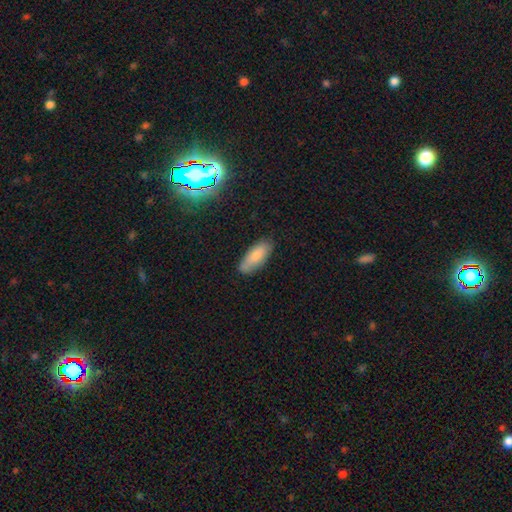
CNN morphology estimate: This appears to be a smooth galaxy with no disk features (80%) that is in between round and cigar-shaped (79%). Merging: none (82%).